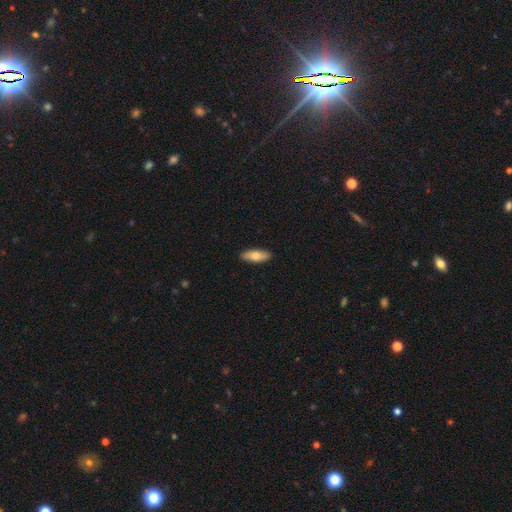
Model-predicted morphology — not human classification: type=smooth (76%); roundness=in between (66%); merging=none (90%).